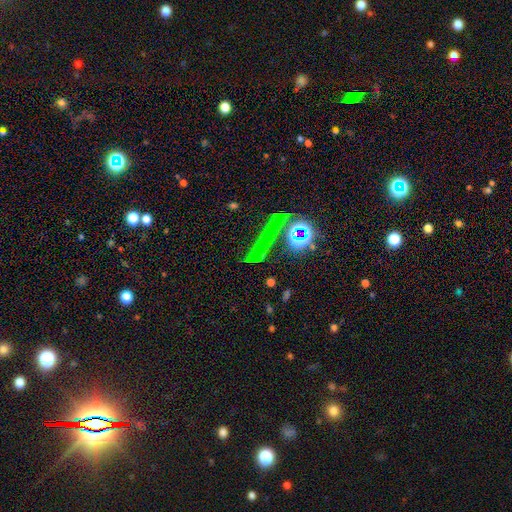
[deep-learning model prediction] Smooth or featured? Predicted: star or artifact (p=0.63).